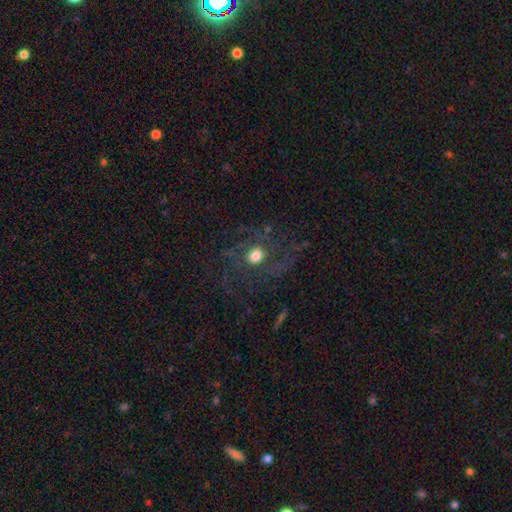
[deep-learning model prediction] A featured or disk galaxy (61%) with no bar (78%), spiral arms (79%) and a moderate central bulge (54%).

Vote fractions:
- Smooth or featured? featured or disk: 61% / smooth: 24% / star or artifact: 15%
- Edge-on disk? no: 95% / yes: 5%
- Bar? no: 78% / weak: 17% / strong: 5%
- Spiral arms? yes: 79% / no: 21%
- Bulge size? moderate: 54% / large: 30% / small: 10% / dominant: 5% / none: 2%
- Merging? none: 58% / major disturbance: 25% / minor disturbance: 15% / merger: 2%